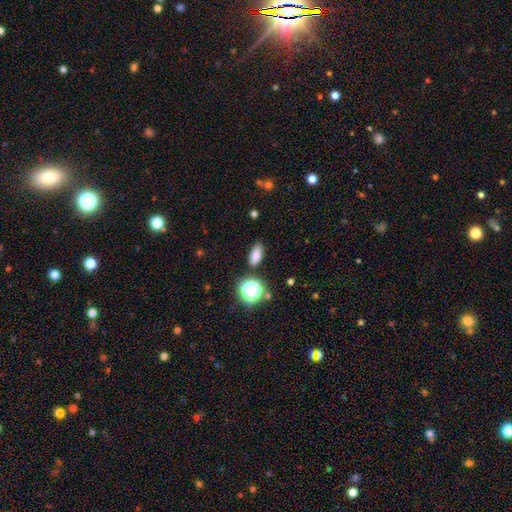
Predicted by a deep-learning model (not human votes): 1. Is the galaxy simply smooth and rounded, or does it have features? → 79% smooth, 15% star or artifact, 6% featured or disk.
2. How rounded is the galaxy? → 81% in between, 11% round, 8% cigar-shaped.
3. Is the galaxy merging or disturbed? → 84% none, 10% minor disturbance, 3% merger, 3% major disturbance.